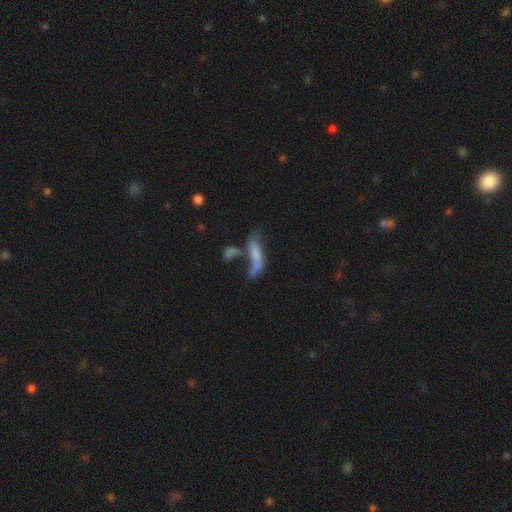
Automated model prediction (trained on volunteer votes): Smooth or featured? Predicted: smooth (p=0.48). Merging? Predicted: merger (p=0.46).